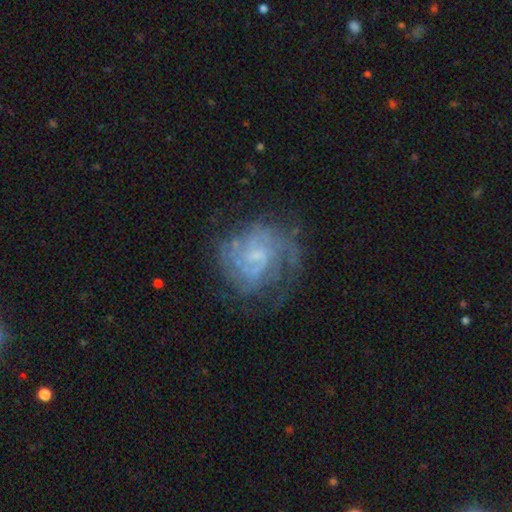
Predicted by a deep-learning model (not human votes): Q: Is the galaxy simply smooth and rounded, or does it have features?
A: featured or disk — 76%.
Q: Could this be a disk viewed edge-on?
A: no — 98%.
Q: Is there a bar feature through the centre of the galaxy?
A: no — 48%.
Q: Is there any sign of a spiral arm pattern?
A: yes — 86%.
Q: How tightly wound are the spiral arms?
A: tight — 51%.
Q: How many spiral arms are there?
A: can't tell — 43%.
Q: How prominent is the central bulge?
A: small — 49%.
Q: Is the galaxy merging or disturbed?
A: none — 59%.